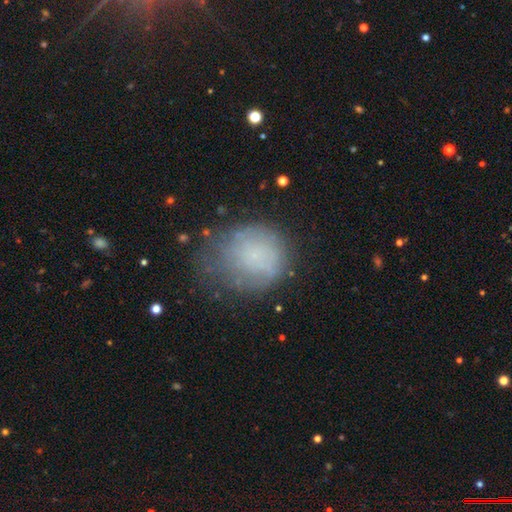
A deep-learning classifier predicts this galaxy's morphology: Smooth or featured?
  - smooth: 61% *
  - featured or disk: 26%
  - star or artifact: 13%
How rounded?
  - round: 69% *
  - in between: 30%
  - cigar-shaped: 1%
Merging?
  - none: 47% *
  - minor disturbance: 29%
  - major disturbance: 21%
  - merger: 3%